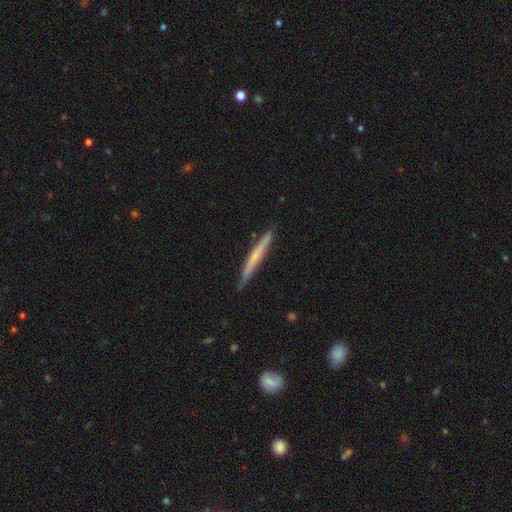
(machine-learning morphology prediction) Smooth or featured: featured or disk — 48% (smooth — 46%)
Merging: none — 85% (minor disturbance — 12%)